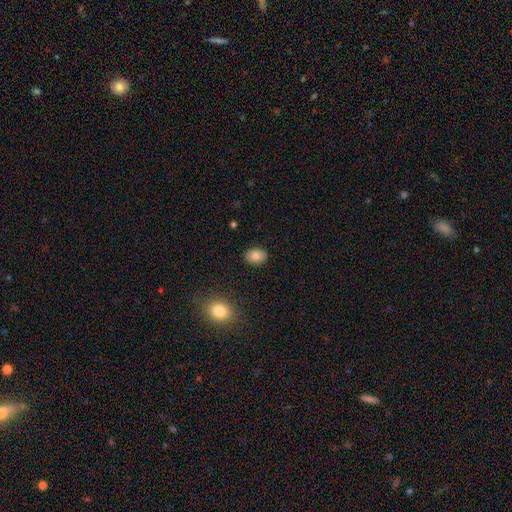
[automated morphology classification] The model was most divided on "how rounded": in between: 66%, round: 33%, cigar-shaped: 1%. More confident: merging — none (88%); smooth or featured — smooth (81%).